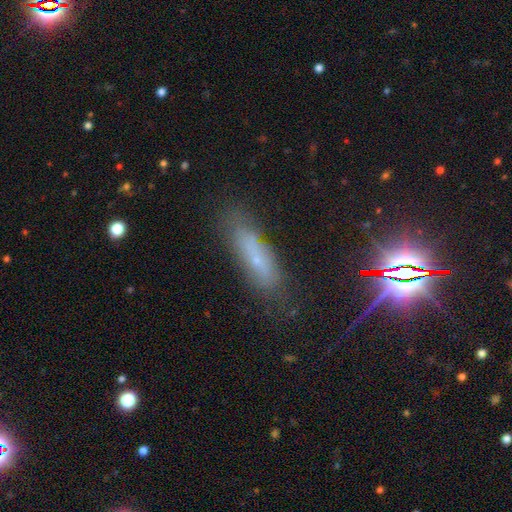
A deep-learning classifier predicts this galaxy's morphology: This appears to be a smooth galaxy with no disk features (49%). Merging: none (71%).